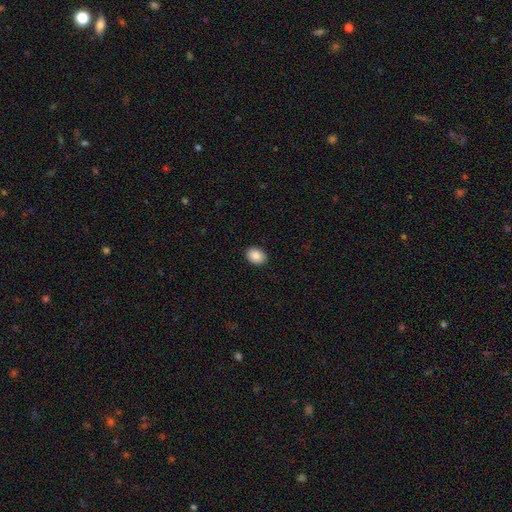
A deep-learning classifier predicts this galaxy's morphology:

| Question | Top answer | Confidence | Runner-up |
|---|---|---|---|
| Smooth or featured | smooth | 89% | star or artifact (7%) |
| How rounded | in between | 62% | round (37%) |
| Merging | none | 90% | minor disturbance (7%) |